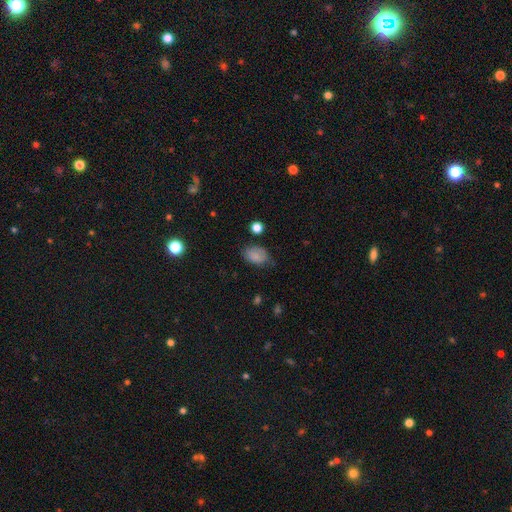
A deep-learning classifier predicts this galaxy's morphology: This appears to be a smooth galaxy with no disk features (80%) that is in between round and cigar-shaped (85%). Merging: none (61%).